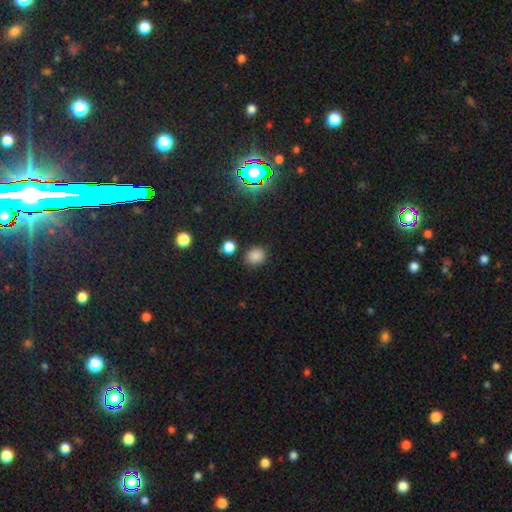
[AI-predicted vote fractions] A smooth galaxy with no disk features (81%) that is round (70%).

Vote fractions:
- Smooth or featured? smooth: 81% / star or artifact: 15% / featured or disk: 4%
- How rounded? round: 70% / in between: 29% / cigar-shaped: 1%
- Merging? none: 82% / minor disturbance: 11% / merger: 4% / major disturbance: 3%